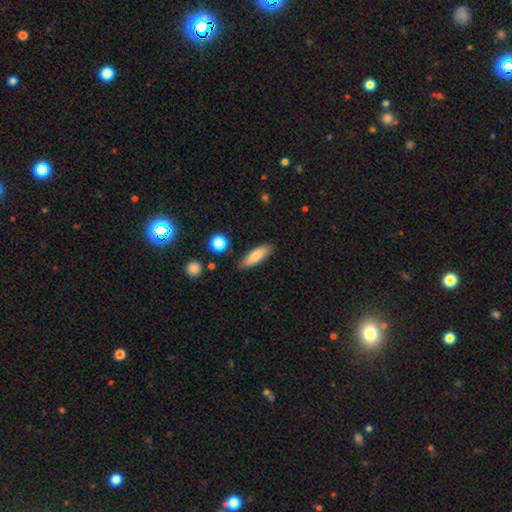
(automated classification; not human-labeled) Smooth or featured? smooth (80%)
How rounded? in between (51%)
Merging? none (83%)